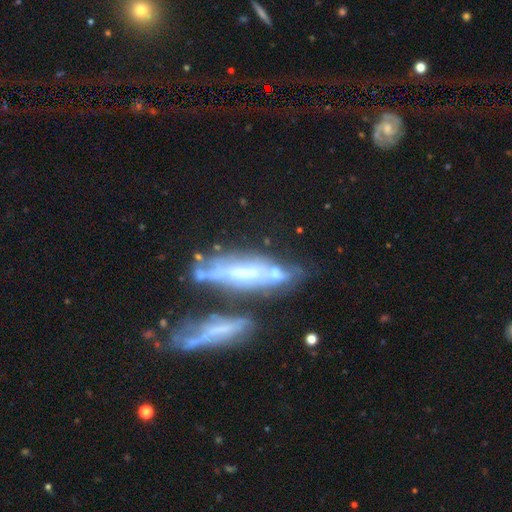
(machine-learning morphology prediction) type=featured or disk (65%); edge-on=no (55%); merging=merger (39%).